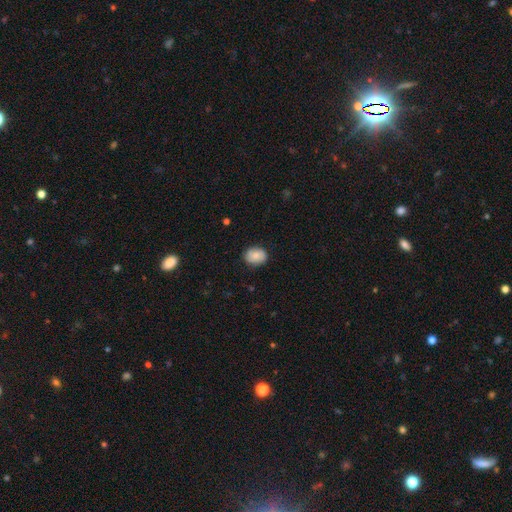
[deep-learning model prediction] Smooth or featured? smooth (74%)
How rounded? in between (52%)
Merging? none (81%)